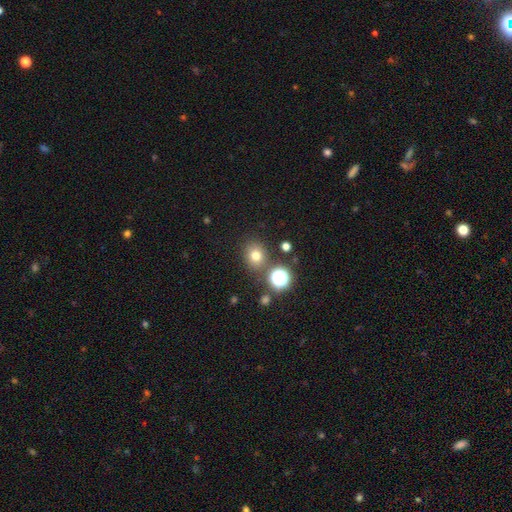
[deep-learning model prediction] smooth_or_featured: smooth (p=0.73) [alt: star or artifact p=0.19]
how_rounded: round (p=0.72) [alt: in between p=0.27]
merging: none (p=0.80) [alt: minor disturbance p=0.10]